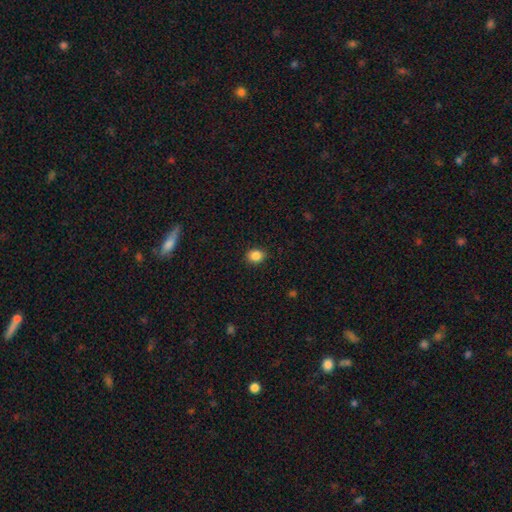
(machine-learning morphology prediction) A smooth galaxy with no disk features (86%) that is round (57%). Merging: none (89%).